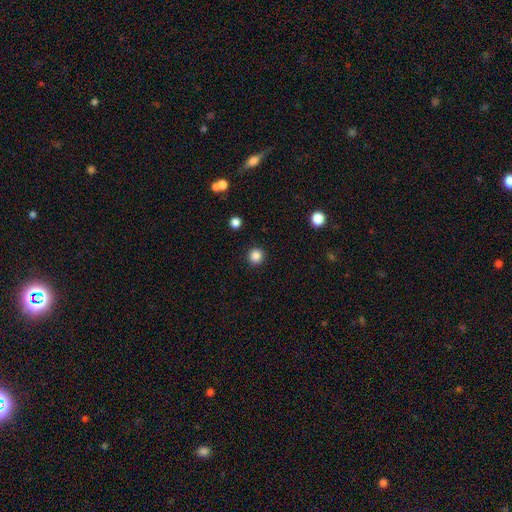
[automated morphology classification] smooth-or-featured: smooth: 86% | star or artifact: 11% | featured or disk: 3%
  how-rounded: round: 95% | in between: 4% | cigar-shaped: 1%
  merging: none: 92% | minor disturbance: 5% | major disturbance: 2% | merger: 1%